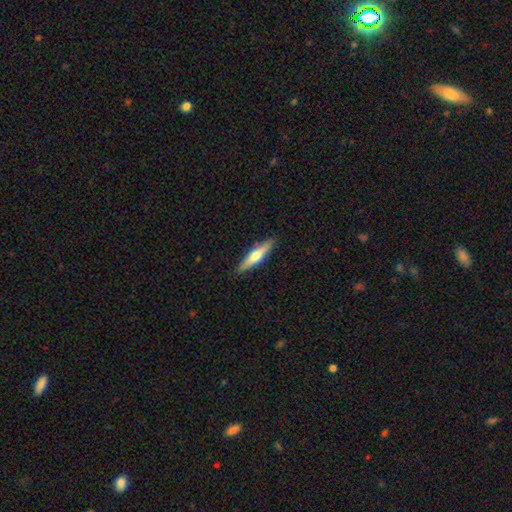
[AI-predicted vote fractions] smooth-or-featured: featured or disk: 48% | smooth: 46% | star or artifact: 5%
  merging: none: 90% | minor disturbance: 8% | major disturbance: 2% | merger: 1%